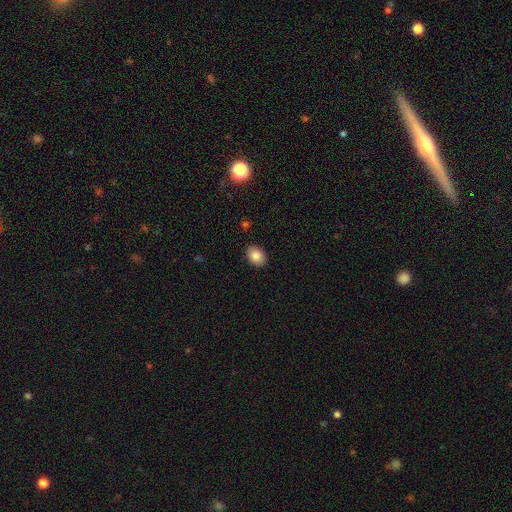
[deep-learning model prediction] Q: Smooth or featured?
A: smooth (85%); runner-up: star or artifact (8%)
Q: How rounded?
A: in between (70%); runner-up: round (29%)
Q: Merging?
A: none (89%); runner-up: minor disturbance (8%)